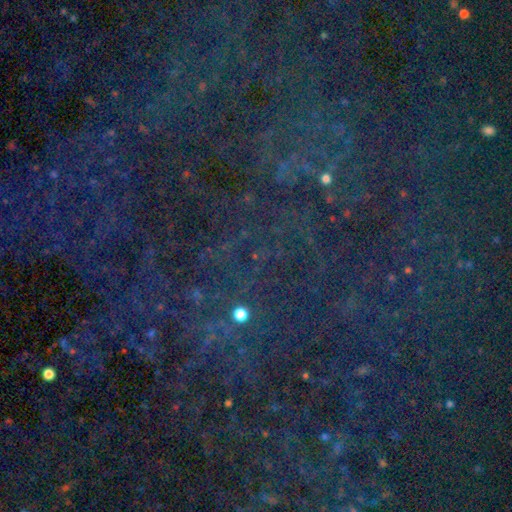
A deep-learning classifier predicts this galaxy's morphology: Smooth or featured? star or artifact (80%)